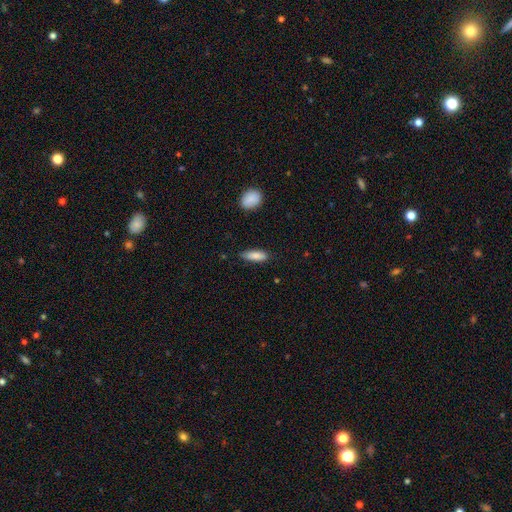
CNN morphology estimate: Overall: smooth (86%). How rounded: in between (58%; cigar-shaped 40%). Merging: none (80%).